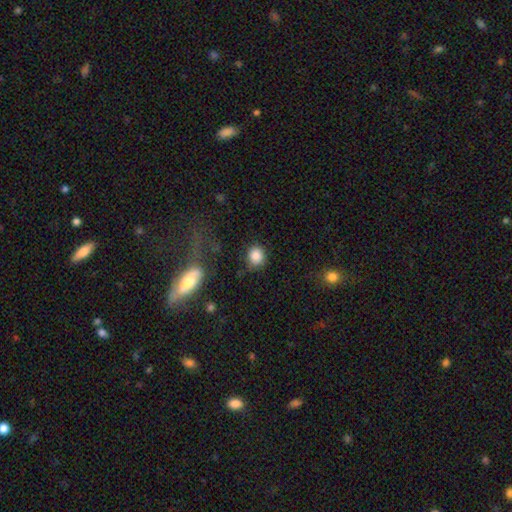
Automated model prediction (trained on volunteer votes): The model was most divided on "how rounded": round: 77%, in between: 21%, cigar-shaped: 1%. More confident: smooth or featured — smooth (86%); merging — none (74%).